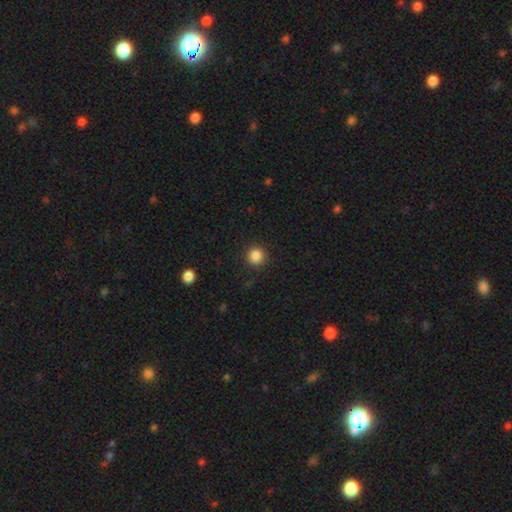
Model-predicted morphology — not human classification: A smooth galaxy with no disk features (86%) that is round (94%).

Vote fractions:
- Smooth or featured? smooth: 86% / star or artifact: 11% / featured or disk: 3%
- How rounded? round: 94% / in between: 5% / cigar-shaped: 1%
- Merging? none: 91% / minor disturbance: 6% / major disturbance: 2% / merger: 1%